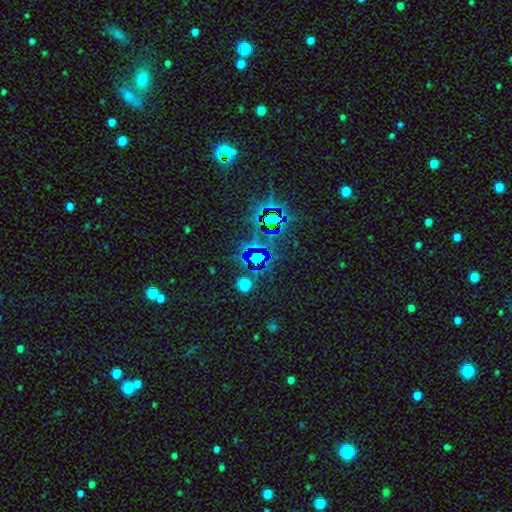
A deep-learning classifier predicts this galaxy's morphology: A star or artifact, not a galaxy (79%).

Vote fractions:
- Smooth or featured? star or artifact: 79% / smooth: 14% / featured or disk: 8%